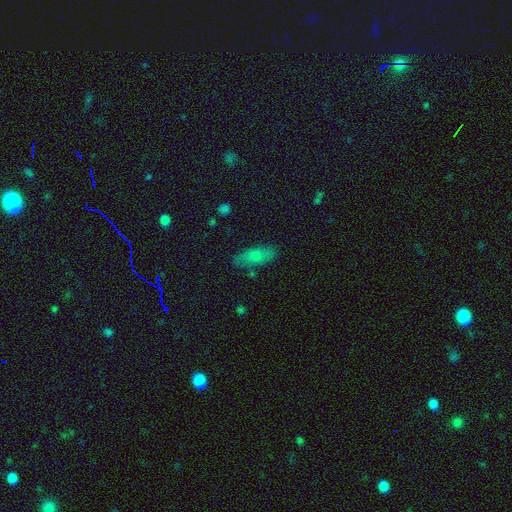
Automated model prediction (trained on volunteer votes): A smooth galaxy with no disk features (73%) that is in between round and cigar-shaped (76%).

Vote fractions:
- Smooth or featured? smooth: 73% / featured or disk: 18% / star or artifact: 9%
- How rounded? in between: 76% / cigar-shaped: 21% / round: 3%
- Merging? none: 77% / minor disturbance: 16% / major disturbance: 4% / merger: 3%